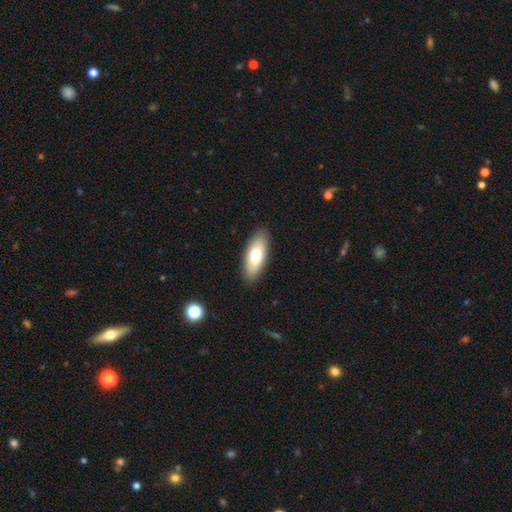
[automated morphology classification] Q: Smooth or featured?
A: smooth (73%); runner-up: featured or disk (21%)
Q: How rounded?
A: in between (78%); runner-up: cigar-shaped (20%)
Q: Merging?
A: none (89%); runner-up: minor disturbance (8%)